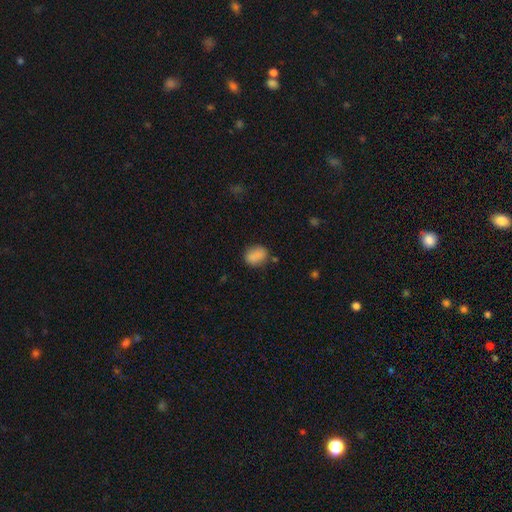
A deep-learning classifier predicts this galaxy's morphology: smooth-or-featured: smooth: 86% | star or artifact: 9% | featured or disk: 5%
  how-rounded: in between: 67% | round: 32% | cigar-shaped: 1%
  merging: none: 75% | minor disturbance: 17% | major disturbance: 4% | merger: 4%